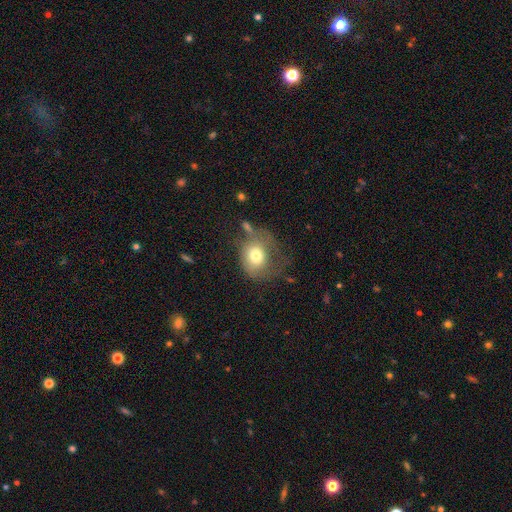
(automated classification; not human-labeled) Smooth or featured: smooth — 68% (featured or disk — 23%)
How rounded: round — 65% (in between — 34%)
Merging: major disturbance — 35% (none — 32%)